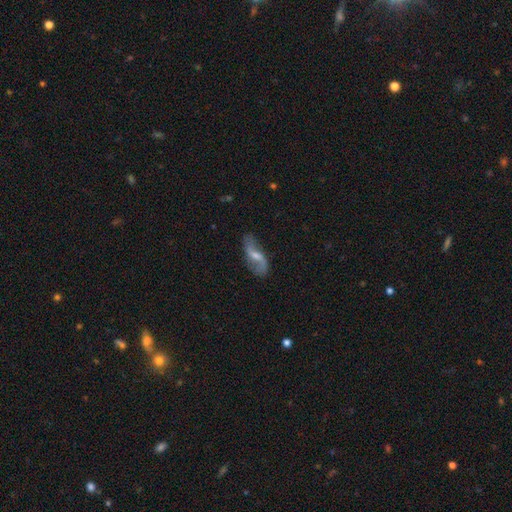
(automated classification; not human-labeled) Smooth or featured? featured or disk (79%)
Edge-on disk? no (92%)
Bar? weak (51%)
Spiral arms? yes (93%)
Spiral winding? loose (76%)
Spiral arm count? 2 (91%)
Bulge size? moderate (44%)
Merging? none (76%)